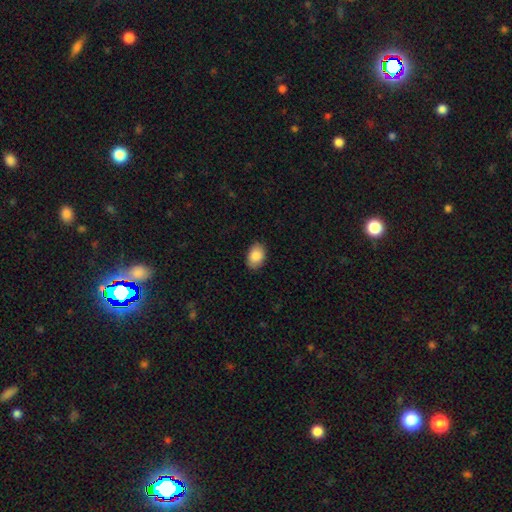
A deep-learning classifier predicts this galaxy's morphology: Smooth or featured? Predicted: smooth (p=0.87). How rounded? Predicted: in between (p=0.85). Merging? Predicted: none (p=0.87).